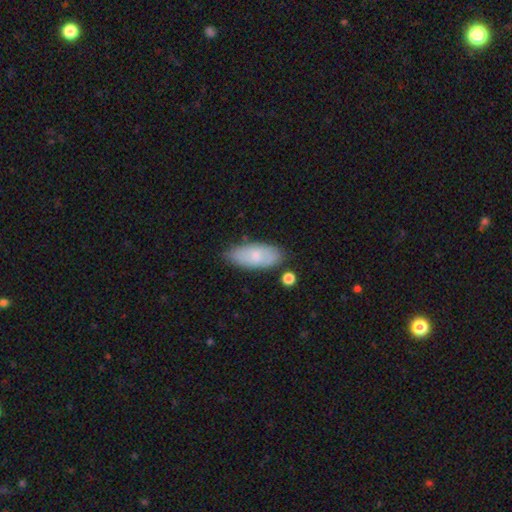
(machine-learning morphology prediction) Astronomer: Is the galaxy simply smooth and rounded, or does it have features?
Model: smooth — 73%.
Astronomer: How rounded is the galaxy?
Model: in between — 85%.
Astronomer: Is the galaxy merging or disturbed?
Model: none — 74%.